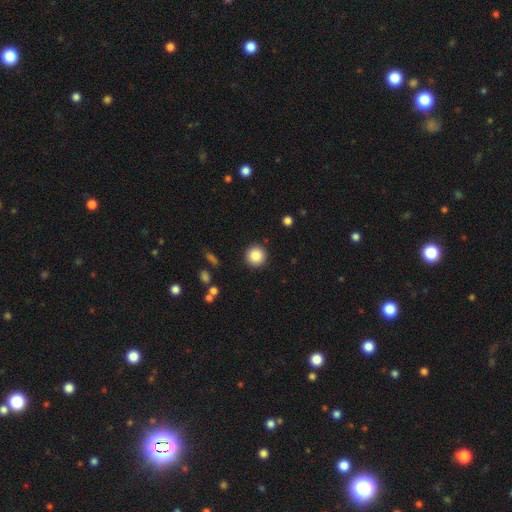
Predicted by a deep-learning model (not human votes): Morphology: type=smooth (86%); roundness=round (95%); merging=none (91%).